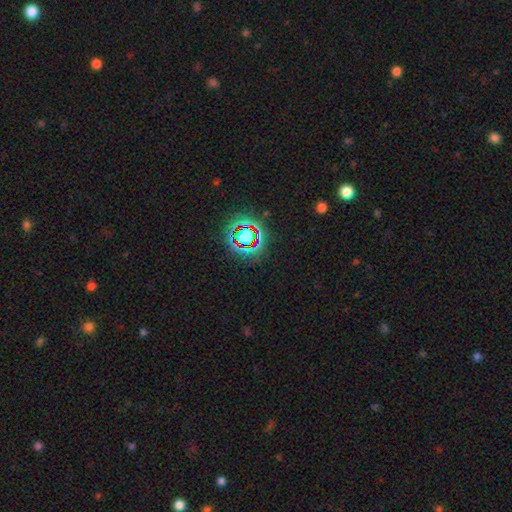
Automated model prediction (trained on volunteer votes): smooth-or-featured: star or artifact: 69% | smooth: 20% | featured or disk: 12%